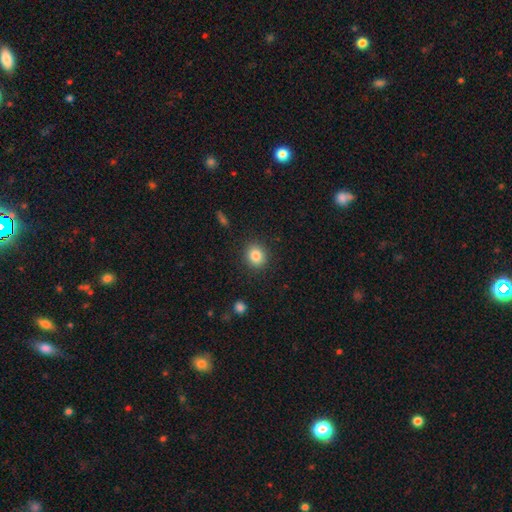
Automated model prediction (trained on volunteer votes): A smooth galaxy with no disk features (84%) that is round (79%). Merging: none (89%).